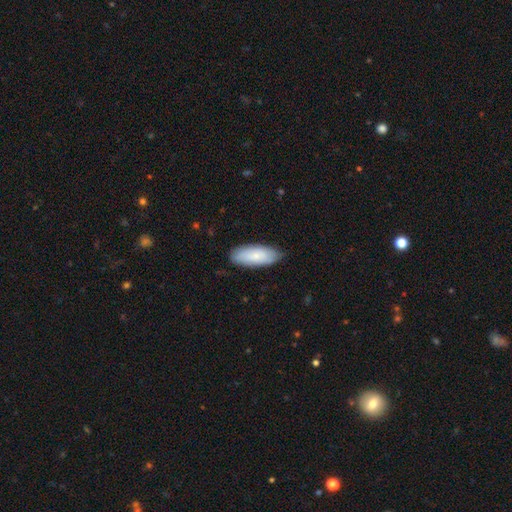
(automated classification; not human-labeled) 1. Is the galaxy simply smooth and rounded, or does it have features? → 76% smooth, 19% featured or disk, 6% star or artifact.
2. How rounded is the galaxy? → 81% in between, 17% cigar-shaped, 2% round.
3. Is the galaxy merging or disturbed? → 83% none, 14% minor disturbance, 2% major disturbance, 1% merger.